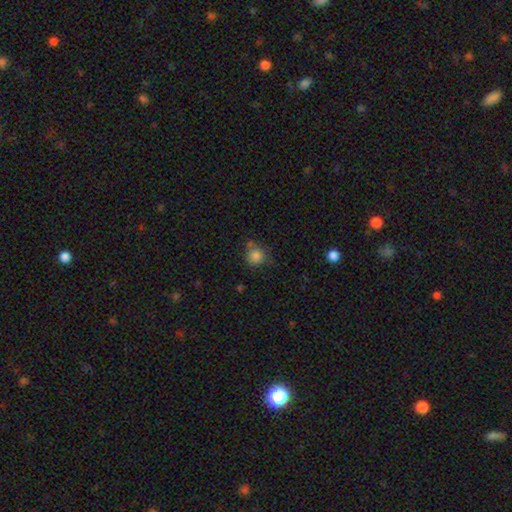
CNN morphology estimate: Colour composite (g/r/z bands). It shows a smooth galaxy with no disk features (82%) that is round (85%). Merging: none (57%).